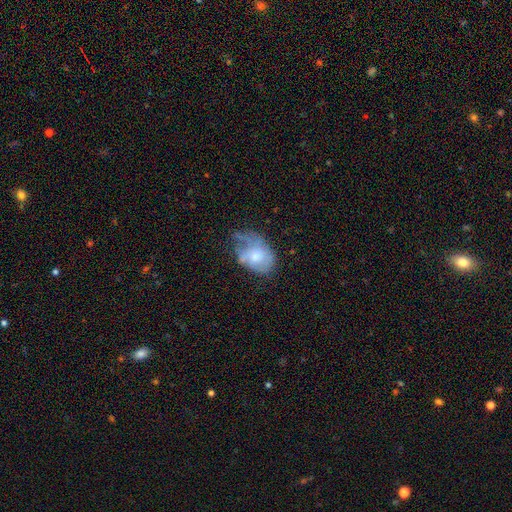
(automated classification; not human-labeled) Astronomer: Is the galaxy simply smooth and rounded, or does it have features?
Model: smooth — 49% (runner-up: featured or disk, 43%).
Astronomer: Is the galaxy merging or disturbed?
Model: minor disturbance — 36% (runner-up: major disturbance, 34%).